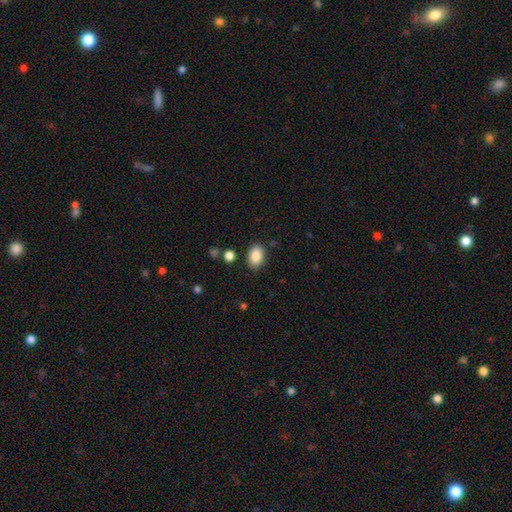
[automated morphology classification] Overall: smooth (87%). How rounded: in between (87%). Merging: none (85%).